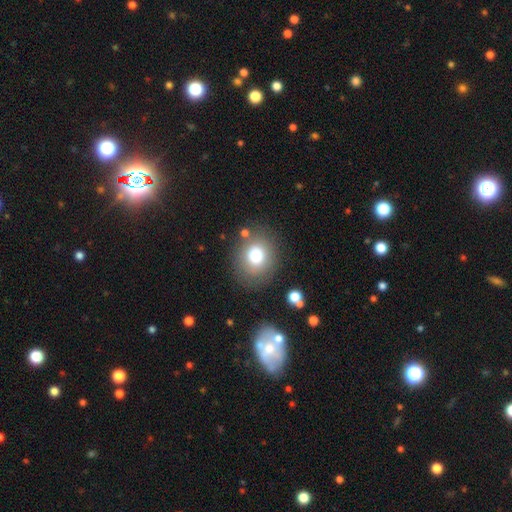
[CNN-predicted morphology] This appears to be a smooth galaxy with no disk features (79%) that is round (68%). Merging: none (79%).